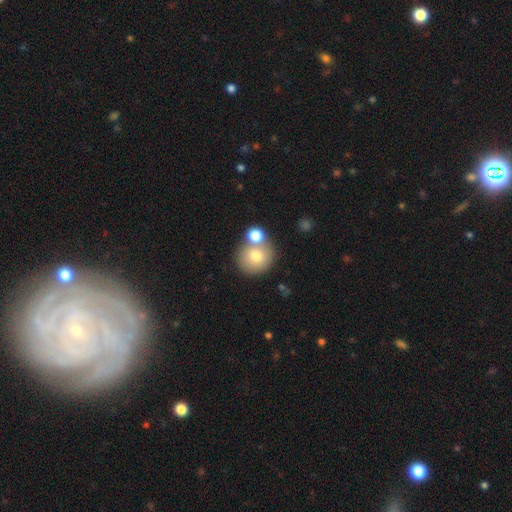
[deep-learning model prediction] Morphology: type=smooth (76%); roundness=round (83%); merging=none (54%).